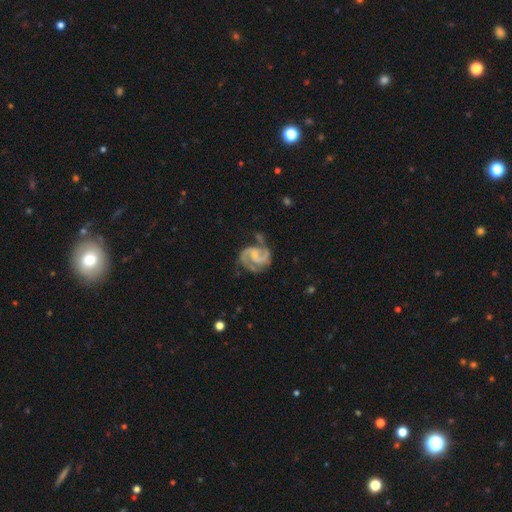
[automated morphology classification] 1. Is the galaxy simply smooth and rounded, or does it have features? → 91% featured or disk, 5% smooth, 4% star or artifact.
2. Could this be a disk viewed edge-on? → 98% no, 2% yes.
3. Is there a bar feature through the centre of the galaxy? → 45% weak, 42% no, 13% strong.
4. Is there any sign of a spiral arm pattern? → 98% yes, 2% no.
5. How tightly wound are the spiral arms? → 61% medium, 22% tight, 17% loose.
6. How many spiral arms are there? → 92% 2, 2% 3, 2% can't tell, 2% 1, 1% 4, 1% more than 4.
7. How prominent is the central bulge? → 47% small, 28% none, 22% moderate, 2% large, 1% dominant.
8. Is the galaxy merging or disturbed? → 62% none, 21% minor disturbance, 11% major disturbance, 5% merger.